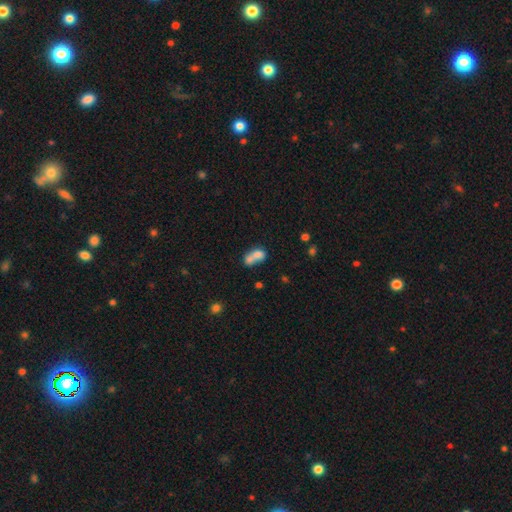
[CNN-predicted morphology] This is likely a smooth galaxy (70%). How rounded: likely in between (69%). Merging: likely merger (69%).